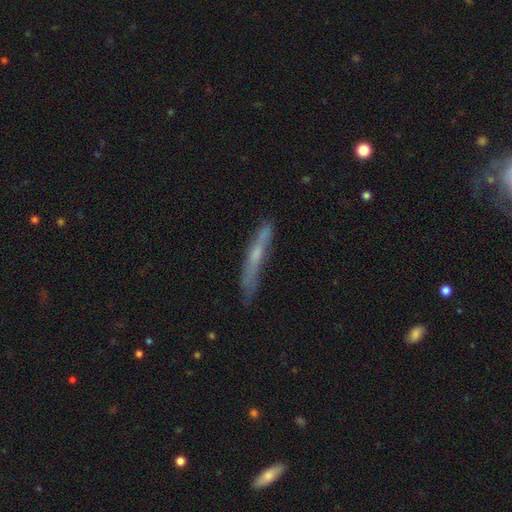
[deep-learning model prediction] Q: Smooth or featured?
A: featured or disk (46%); tied with: smooth (46%)
Q: Merging?
A: none (65%); runner-up: minor disturbance (24%)